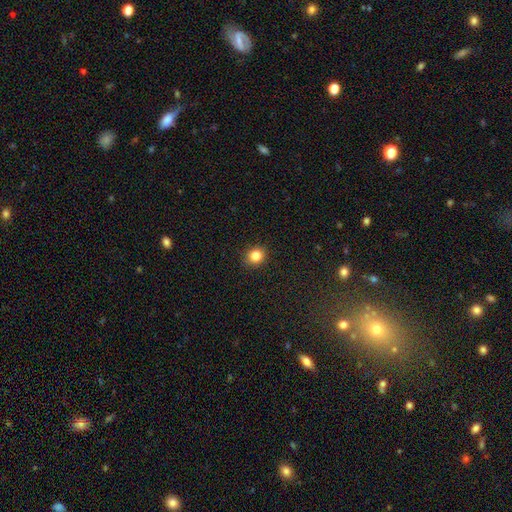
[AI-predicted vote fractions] smooth-or-featured: smooth: 83% | star or artifact: 12% | featured or disk: 5%
  how-rounded: round: 81% | in between: 18% | cigar-shaped: 1%
  merging: none: 90% | minor disturbance: 7% | major disturbance: 2% | merger: 1%